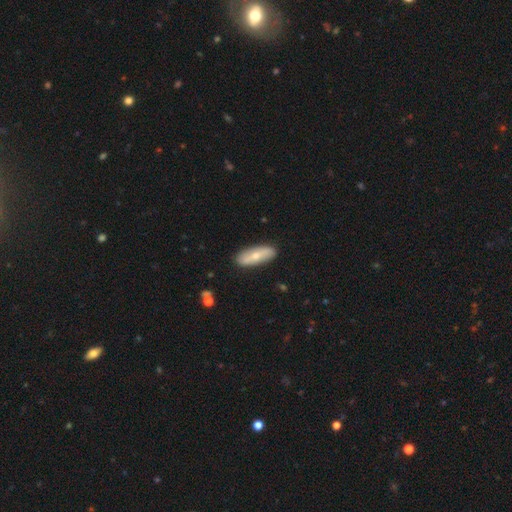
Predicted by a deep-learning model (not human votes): Smooth or featured?
  - smooth: 56% *
  - featured or disk: 38%
  - star or artifact: 5%
How rounded?
  - in between: 66% *
  - cigar-shaped: 31%
  - round: 3%
Merging?
  - none: 87% *
  - minor disturbance: 9%
  - major disturbance: 2%
  - merger: 1%